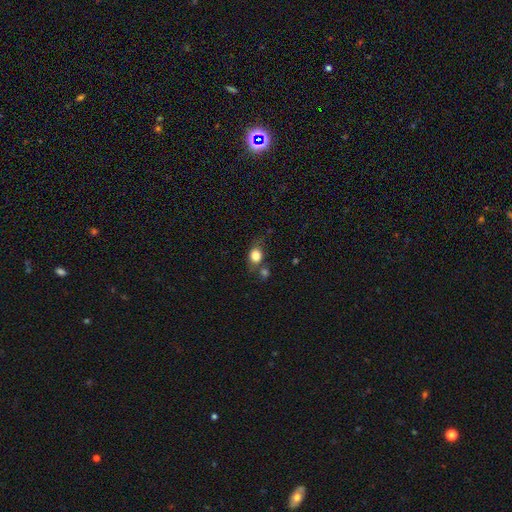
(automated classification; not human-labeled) smooth-or-featured: smooth: 79% | featured or disk: 11% | star or artifact: 10%
  how-rounded: round: 56% | in between: 42% | cigar-shaped: 2%
  merging: none: 48% | merger: 21% | minor disturbance: 21% | major disturbance: 10%